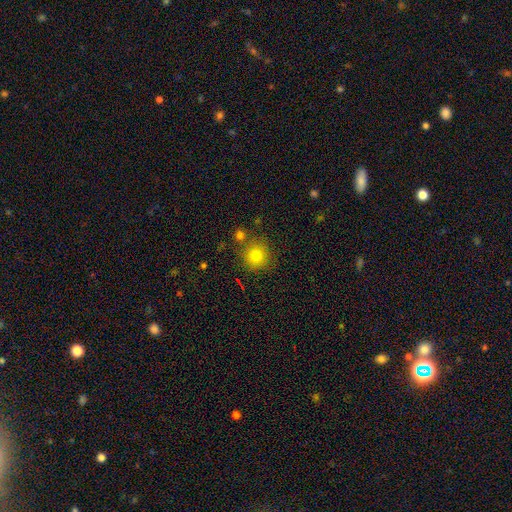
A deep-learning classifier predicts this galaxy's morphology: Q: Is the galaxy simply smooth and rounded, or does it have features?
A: smooth — 79%.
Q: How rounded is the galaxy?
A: round — 92%.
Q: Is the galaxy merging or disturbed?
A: none — 80%.